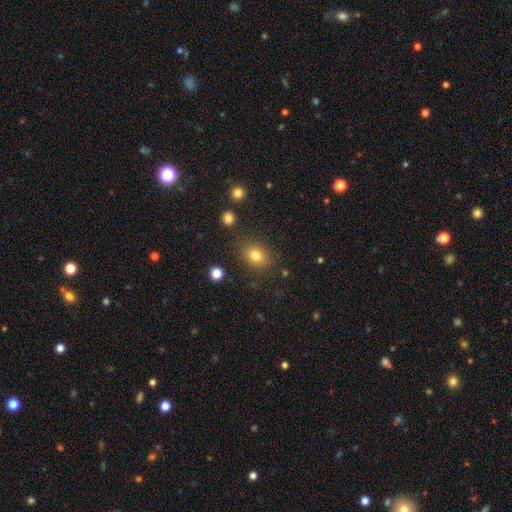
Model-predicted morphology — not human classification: Smooth or featured? smooth (79%)
How rounded? round (53%)
Merging? none (83%)